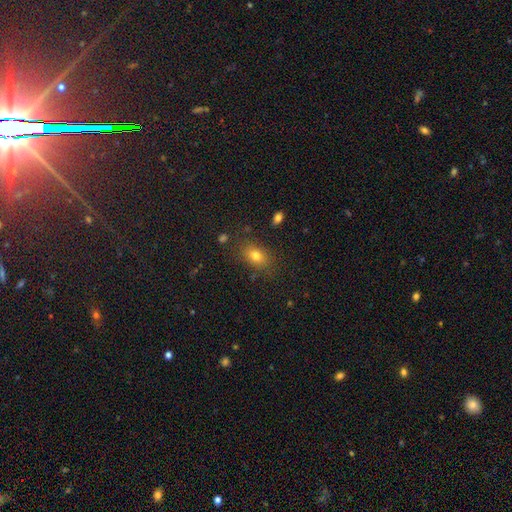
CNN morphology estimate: The model was most divided on "how rounded": in between: 76%, round: 22%, cigar-shaped: 3%. More confident: merging — none (80%); smooth or featured — smooth (77%).